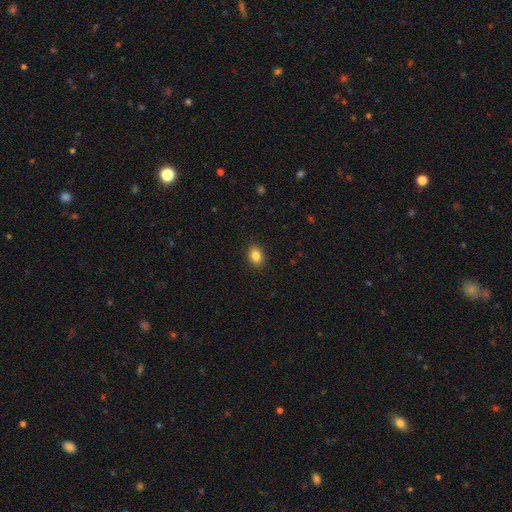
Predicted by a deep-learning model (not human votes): A smooth galaxy with no disk features (84%) that is in between round and cigar-shaped (73%). Merging: none (90%).